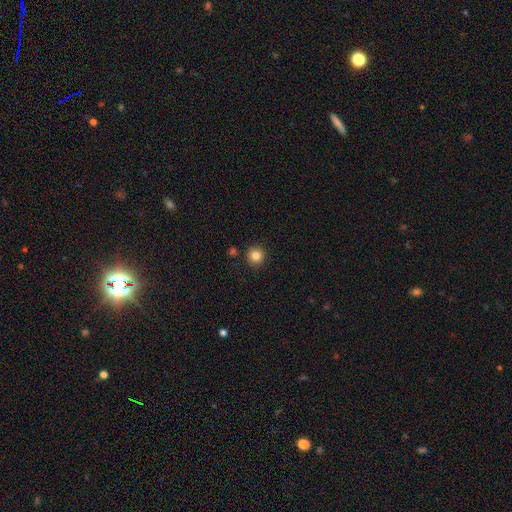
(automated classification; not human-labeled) smooth 84%, star or artifact 11%, featured or disk 5%. Down the decision tree: how rounded — round (94%); merging — none (89%).